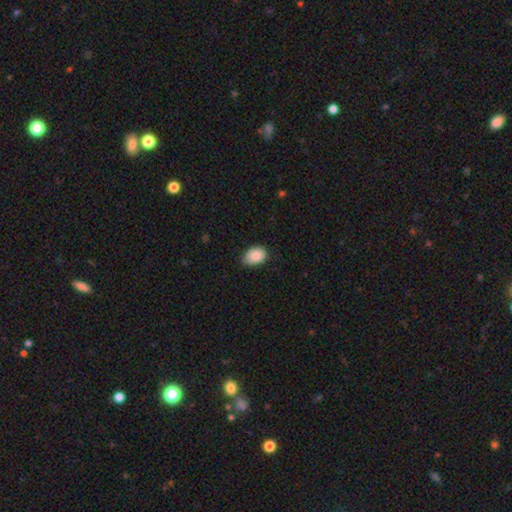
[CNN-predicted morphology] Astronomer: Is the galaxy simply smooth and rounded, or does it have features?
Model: smooth — 86%.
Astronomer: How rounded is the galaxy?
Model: in between — 82%.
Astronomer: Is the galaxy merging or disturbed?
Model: none — 70%.